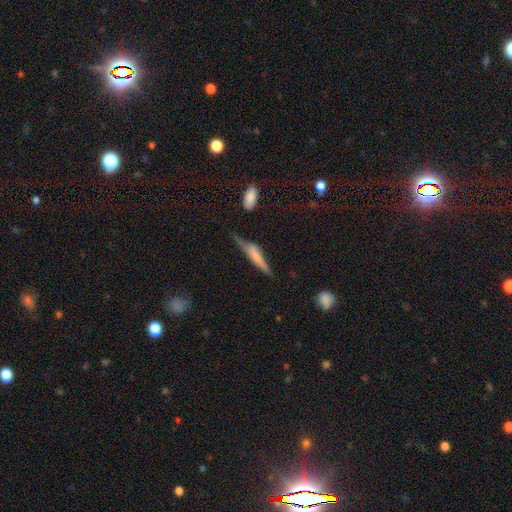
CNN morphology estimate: Q: Smooth or featured?
A: featured or disk (50%); runner-up: smooth (43%)
Q: Merging?
A: none (51%); runner-up: minor disturbance (30%)